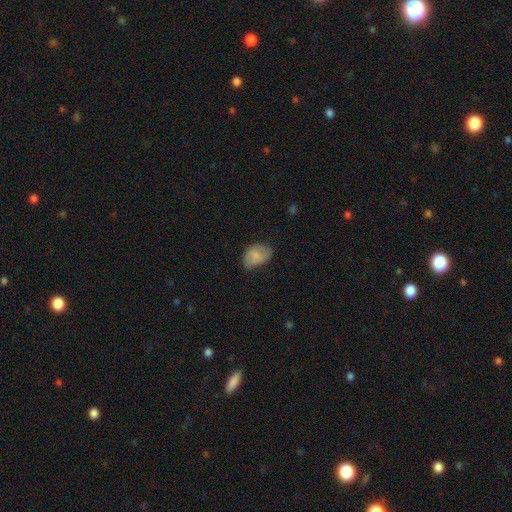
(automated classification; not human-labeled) Q: Smooth or featured?
A: smooth (75%); runner-up: featured or disk (18%)
Q: How rounded?
A: in between (85%); runner-up: round (13%)
Q: Merging?
A: none (54%); runner-up: minor disturbance (35%)